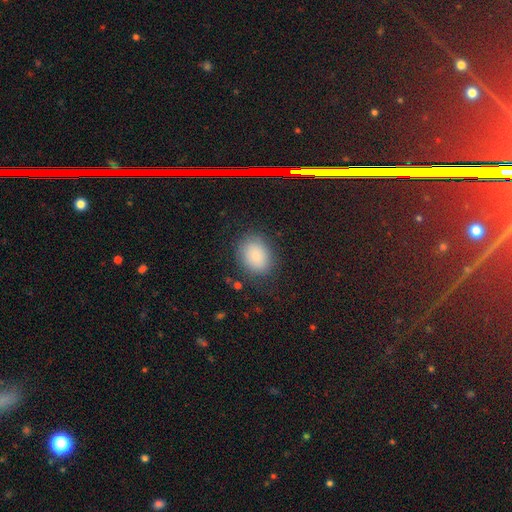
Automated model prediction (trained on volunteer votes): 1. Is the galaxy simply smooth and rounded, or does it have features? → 83% smooth, 9% star or artifact, 7% featured or disk.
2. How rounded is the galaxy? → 56% in between, 43% round, 1% cigar-shaped.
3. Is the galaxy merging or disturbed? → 80% none, 13% minor disturbance, 5% major disturbance, 1% merger.